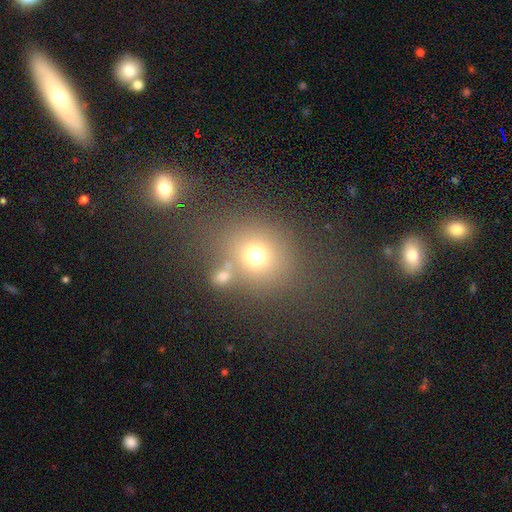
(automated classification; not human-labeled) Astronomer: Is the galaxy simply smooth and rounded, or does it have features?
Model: smooth — 70%.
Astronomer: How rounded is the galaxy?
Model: round — 77%.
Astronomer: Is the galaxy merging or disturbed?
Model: none — 64%.